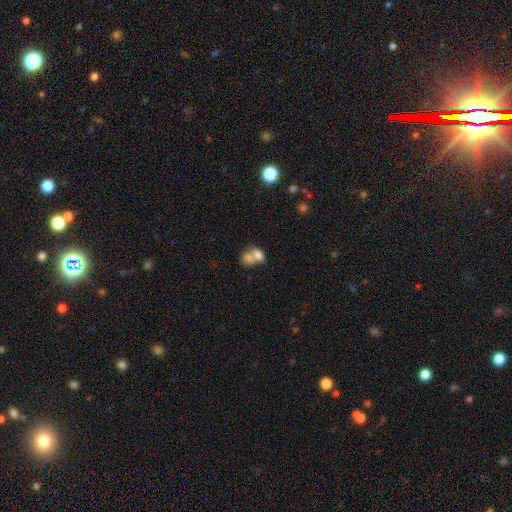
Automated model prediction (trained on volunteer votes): Q: Smooth or featured?
A: smooth (74%); runner-up: featured or disk (17%)
Q: How rounded?
A: in between (76%); runner-up: round (22%)
Q: Merging?
A: merger (70%); runner-up: none (19%)